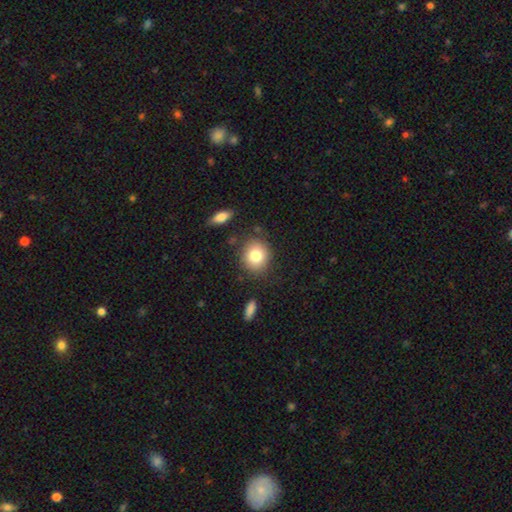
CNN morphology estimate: Smooth or featured?
  - smooth: 81% *
  - featured or disk: 10%
  - star or artifact: 9%
How rounded?
  - round: 75% *
  - in between: 24%
  - cigar-shaped: 1%
Merging?
  - none: 82% *
  - minor disturbance: 11%
  - merger: 4%
  - major disturbance: 3%